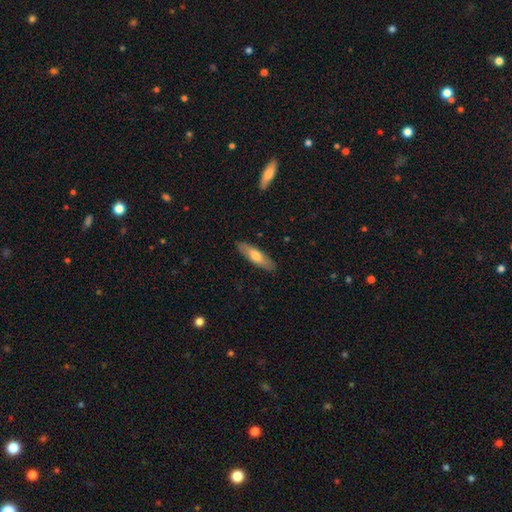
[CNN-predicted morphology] A smooth galaxy with no disk features (65%) that is cigar-shaped (54%).

Vote fractions:
- Smooth or featured? smooth: 65% / featured or disk: 30% / star or artifact: 5%
- How rounded? cigar-shaped: 54% / in between: 44% / round: 2%
- Merging? none: 88% / minor disturbance: 9% / major disturbance: 2% / merger: 1%